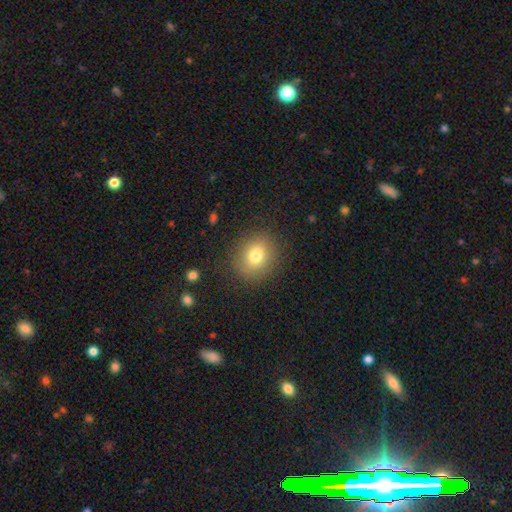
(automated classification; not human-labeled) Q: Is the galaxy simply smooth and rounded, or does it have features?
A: smooth — 77%.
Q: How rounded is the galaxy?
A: round — 66%.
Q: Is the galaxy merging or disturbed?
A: none — 87%.